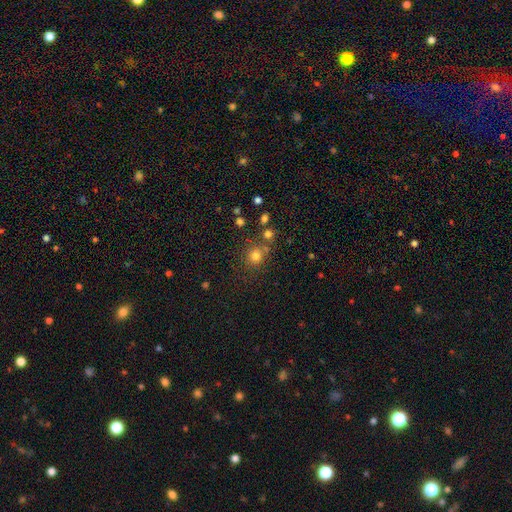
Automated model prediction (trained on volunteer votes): A smooth galaxy with no disk features (74%) that is round (86%). Merging: none (70%).